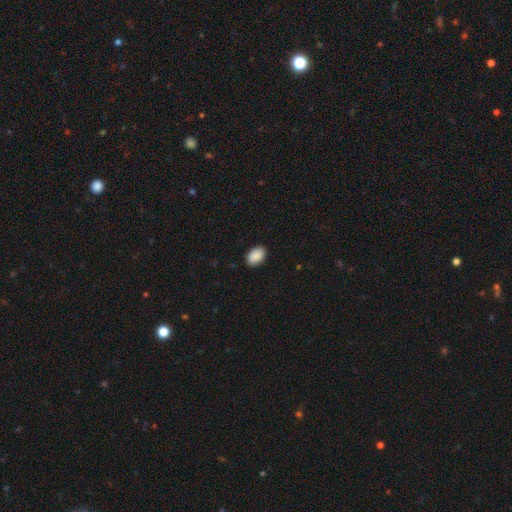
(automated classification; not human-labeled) A smooth galaxy with no disk features (91%) that is in between round and cigar-shaped (90%).

Vote fractions:
- Smooth or featured? smooth: 91% / star or artifact: 6% / featured or disk: 3%
- How rounded? in between: 90% / round: 9% / cigar-shaped: 1%
- Merging? none: 89% / minor disturbance: 8% / major disturbance: 2% / merger: 1%